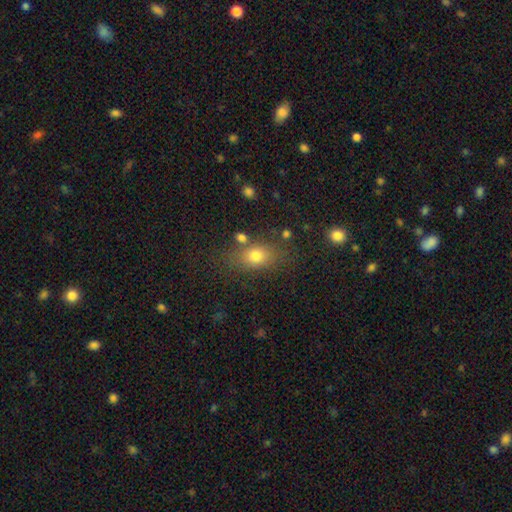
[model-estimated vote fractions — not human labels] Smooth or featured? Predicted: smooth (p=0.76). How rounded? Predicted: in between (p=0.66). Merging? Predicted: none (p=0.71).